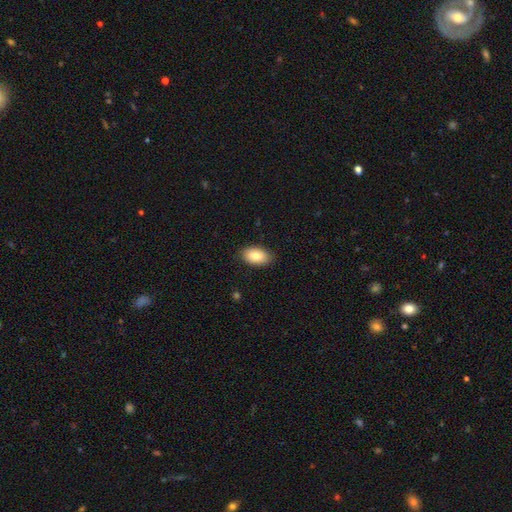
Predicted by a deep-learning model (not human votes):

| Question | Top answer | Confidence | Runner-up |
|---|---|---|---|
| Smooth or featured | smooth | 82% | featured or disk (11%) |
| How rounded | in between | 93% | round (5%) |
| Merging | none | 88% | minor disturbance (9%) |